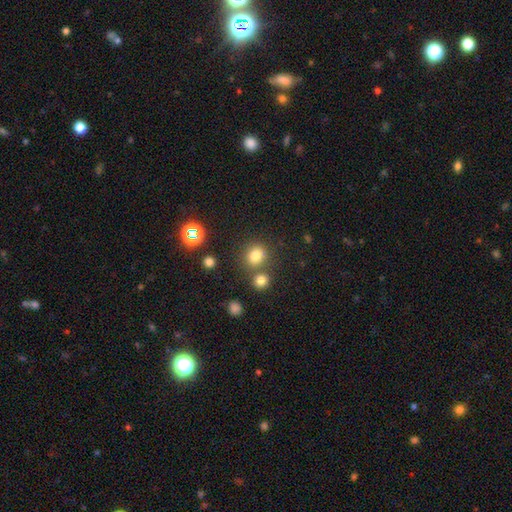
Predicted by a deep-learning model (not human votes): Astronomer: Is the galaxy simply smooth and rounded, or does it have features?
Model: smooth — 77%.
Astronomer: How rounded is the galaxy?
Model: round — 82%.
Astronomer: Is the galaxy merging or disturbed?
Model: none — 70%.